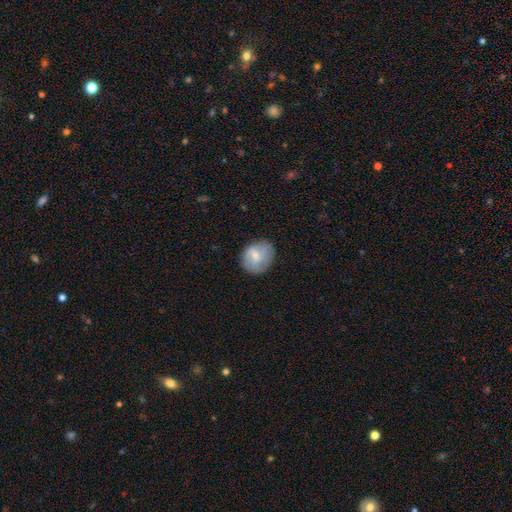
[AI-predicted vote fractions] Smooth or featured: smooth — 63% (featured or disk — 30%)
How rounded: round — 57% (in between — 41%)
Merging: none — 67% (minor disturbance — 23%)